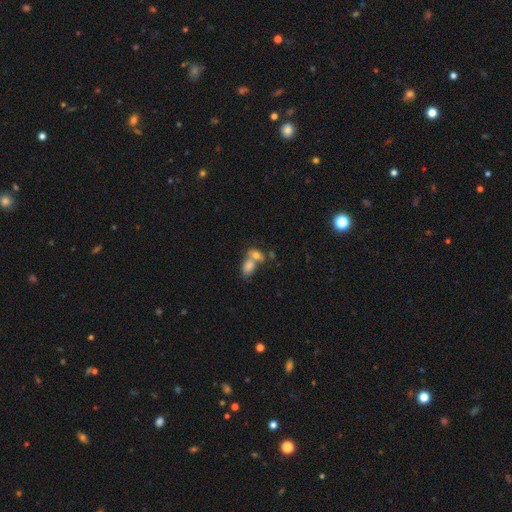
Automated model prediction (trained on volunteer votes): smooth_or_featured: smooth (p=0.51) [alt: star or artifact p=0.29]
how_rounded: in between (p=0.55) [alt: round p=0.35]
merging: merger (p=0.44) [alt: none p=0.39]